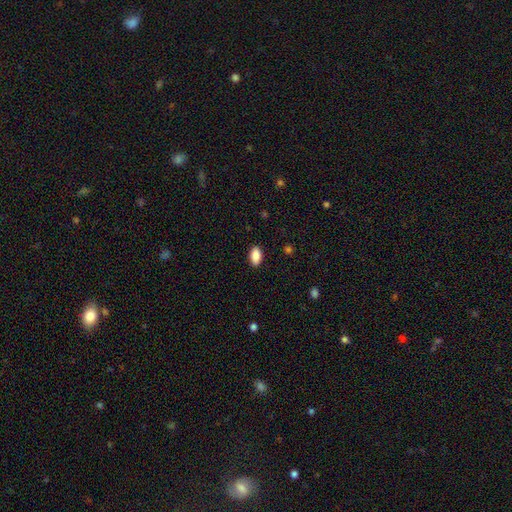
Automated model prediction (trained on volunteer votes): A smooth galaxy with no disk features (89%) that is in between round and cigar-shaped (93%). Merging: none (89%).